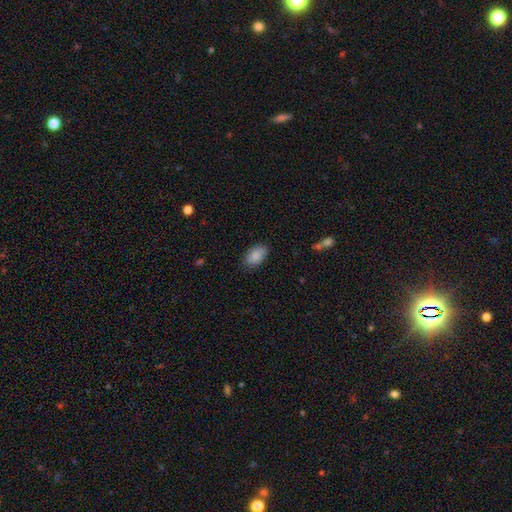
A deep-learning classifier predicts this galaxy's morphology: smooth_or_featured: smooth (p=0.88) [alt: star or artifact p=0.07]
how_rounded: in between (p=0.93) [alt: round p=0.06]
merging: none (p=0.85) [alt: minor disturbance p=0.11]